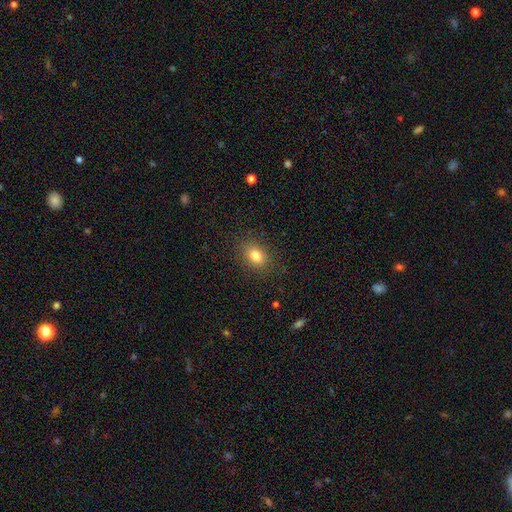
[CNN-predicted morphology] Smooth or featured? smooth (81%)
How rounded? in between (60%)
Merging? none (86%)